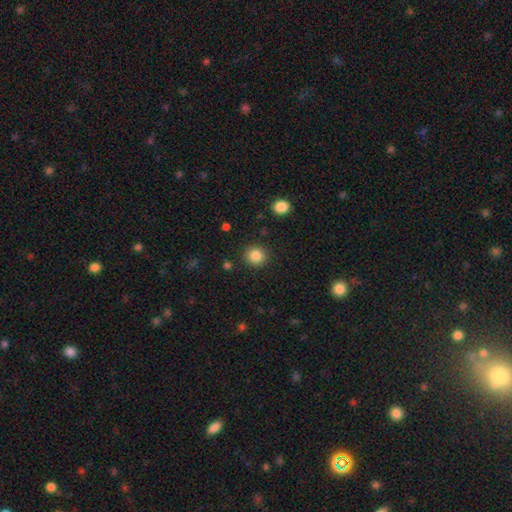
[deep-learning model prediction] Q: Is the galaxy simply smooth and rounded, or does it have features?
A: smooth — 85%.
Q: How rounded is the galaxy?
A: round — 92%.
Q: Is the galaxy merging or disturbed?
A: none — 90%.